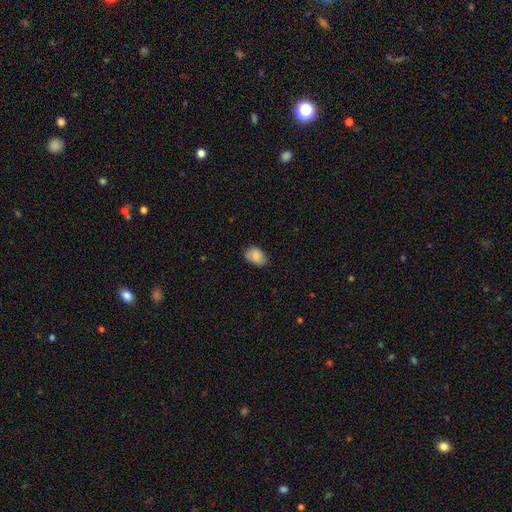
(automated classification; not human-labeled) Smooth or featured: smooth — 83% (featured or disk — 10%)
How rounded: in between — 80% (round — 19%)
Merging: none — 71% (minor disturbance — 24%)